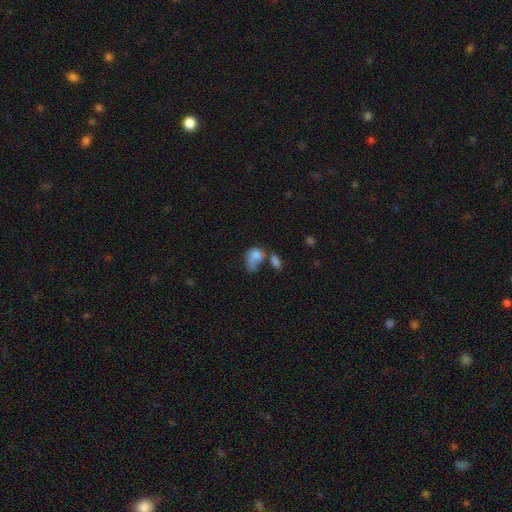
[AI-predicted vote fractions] This is likely a smooth galaxy (75%). How rounded: likely in between (73%). Merging: marginally merger (35%).